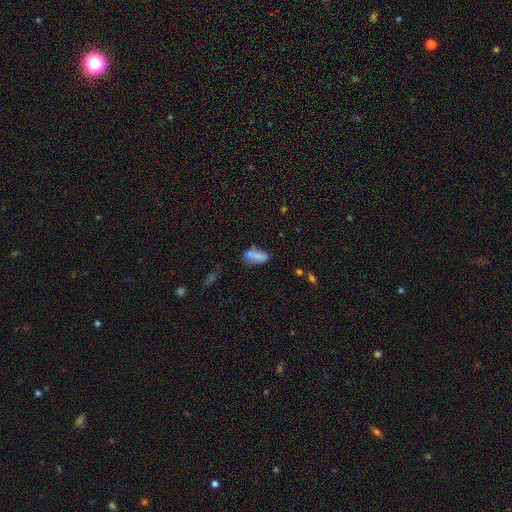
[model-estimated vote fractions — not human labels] smooth_or_featured: smooth (p=0.74) [alt: featured or disk p=0.17]
how_rounded: in between (p=0.76) [alt: cigar-shaped p=0.20]
merging: none (p=0.52) [alt: minor disturbance p=0.20]